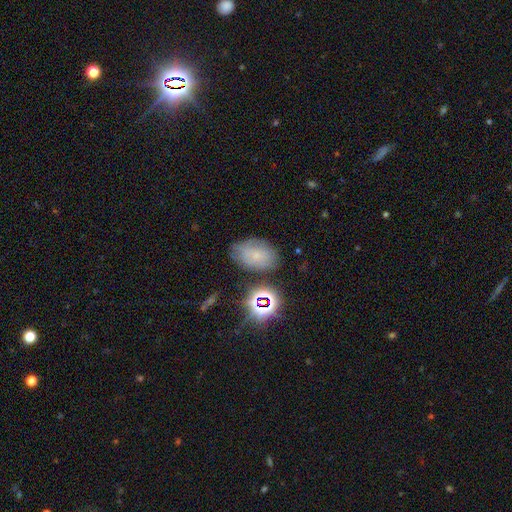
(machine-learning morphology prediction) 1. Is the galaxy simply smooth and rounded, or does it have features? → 47% smooth, 29% featured or disk, 24% star or artifact.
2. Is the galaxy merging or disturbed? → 67% none, 22% minor disturbance, 7% major disturbance, 5% merger.